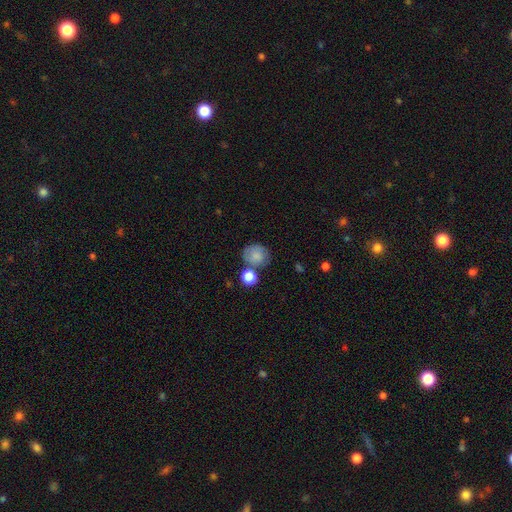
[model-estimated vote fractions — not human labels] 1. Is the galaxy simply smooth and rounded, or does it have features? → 74% smooth, 16% featured or disk, 9% star or artifact.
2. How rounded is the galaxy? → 74% round, 25% in between, 1% cigar-shaped.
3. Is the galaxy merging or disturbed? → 58% none, 18% minor disturbance, 16% merger, 7% major disturbance.